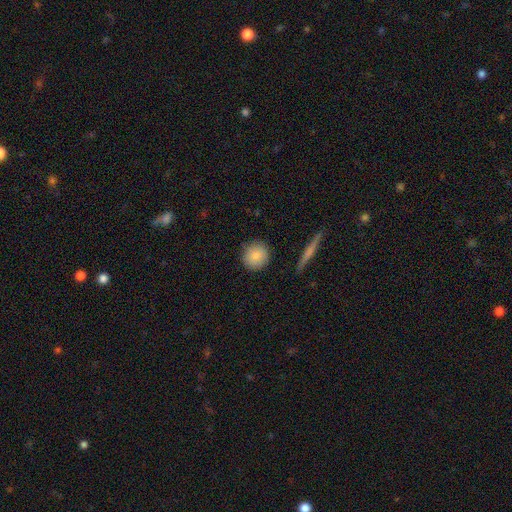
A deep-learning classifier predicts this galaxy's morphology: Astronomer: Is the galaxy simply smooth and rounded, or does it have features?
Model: smooth — 85%.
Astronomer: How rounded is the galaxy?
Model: round — 91%.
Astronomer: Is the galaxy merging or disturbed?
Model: none — 89%.